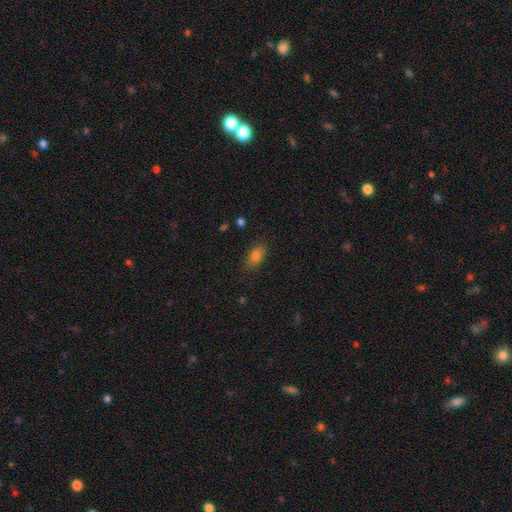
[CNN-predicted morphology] smooth_or_featured: smooth (p=0.80) [alt: star or artifact p=0.13]
how_rounded: in between (p=0.86) [alt: round p=0.09]
merging: none (p=0.82) [alt: minor disturbance p=0.13]